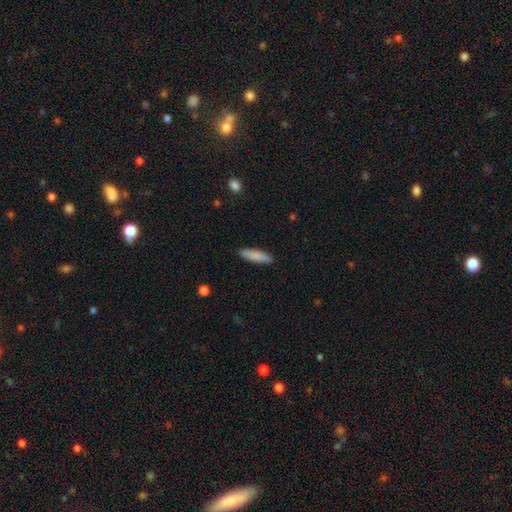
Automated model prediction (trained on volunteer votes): smooth-or-featured: smooth: 85% | featured or disk: 10% | star or artifact: 6%
  how-rounded: cigar-shaped: 71% | in between: 28% | round: 2%
  merging: none: 89% | minor disturbance: 8% | major disturbance: 2% | merger: 1%